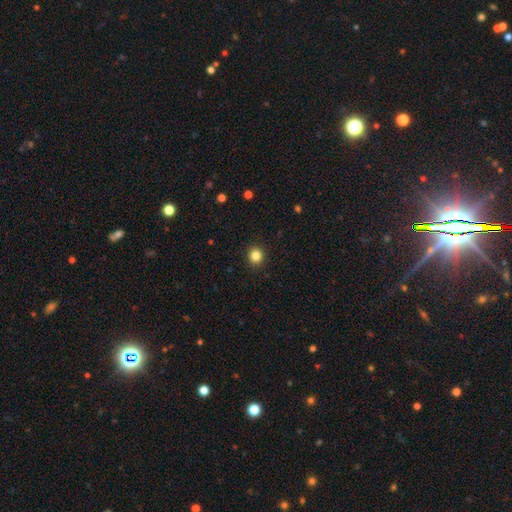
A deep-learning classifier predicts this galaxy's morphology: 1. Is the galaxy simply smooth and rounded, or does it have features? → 84% smooth, 12% star or artifact, 4% featured or disk.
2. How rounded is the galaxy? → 88% round, 11% in between, 1% cigar-shaped.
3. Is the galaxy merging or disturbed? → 92% none, 5% minor disturbance, 2% major disturbance, 1% merger.